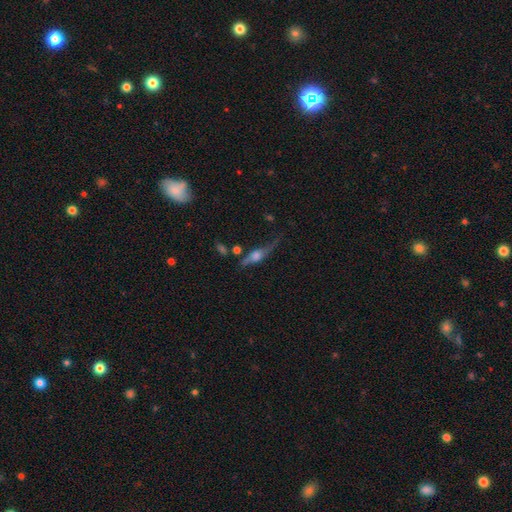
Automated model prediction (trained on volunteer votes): This appears to be a featured or disk galaxy (59%) viewed edge-on (81%). Merging: none (52%).